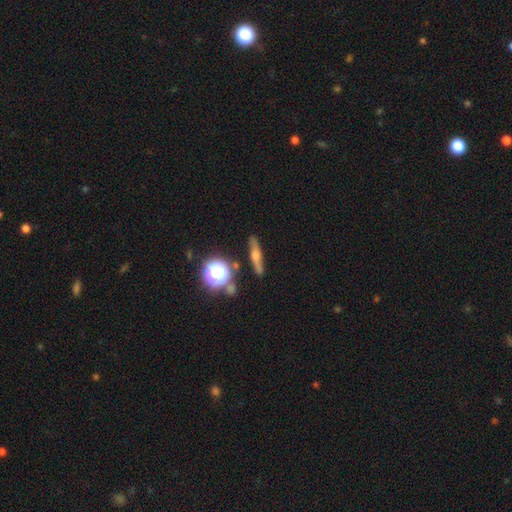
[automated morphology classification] Overall: featured or disk (56%; smooth 30%). Edge-on disk: yes (87%). Merging: none (85%).